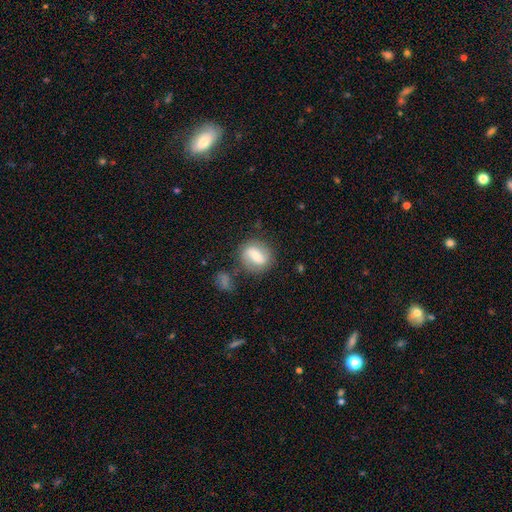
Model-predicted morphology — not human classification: A smooth galaxy with no disk features (50%).

Vote fractions:
- Smooth or featured? smooth: 50% / featured or disk: 43% / star or artifact: 7%
- Merging? none: 72% / minor disturbance: 16% / major disturbance: 6% / merger: 6%